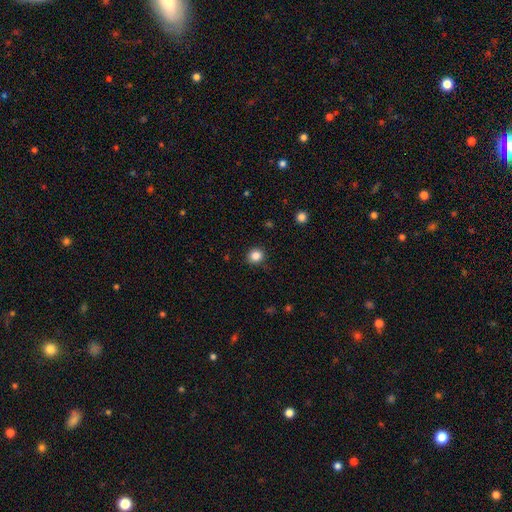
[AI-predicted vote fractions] Morphology: type=smooth (86%); roundness=round (86%); merging=none (89%).